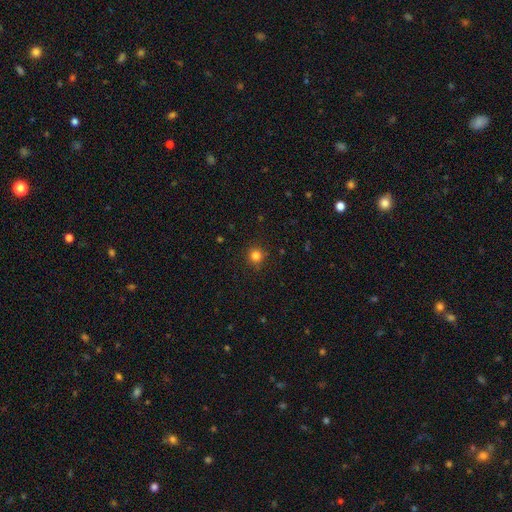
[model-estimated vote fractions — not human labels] This appears to be a smooth galaxy with no disk features (82%) that is round (94%). Merging: none (90%).